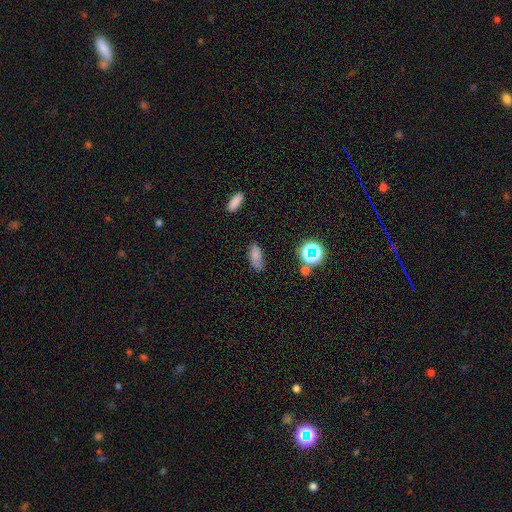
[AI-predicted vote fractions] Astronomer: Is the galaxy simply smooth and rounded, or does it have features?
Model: smooth — 76%.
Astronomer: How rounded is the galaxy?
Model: in between — 86%.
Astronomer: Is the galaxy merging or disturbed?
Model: none — 73%.